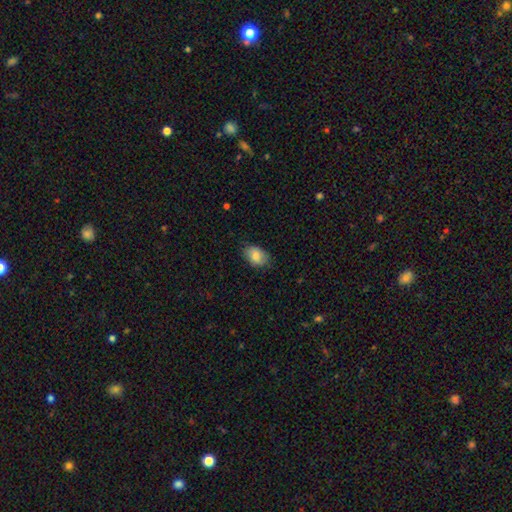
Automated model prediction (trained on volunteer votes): A smooth galaxy with no disk features (83%) that is in between round and cigar-shaped (83%). Merging: none (80%).